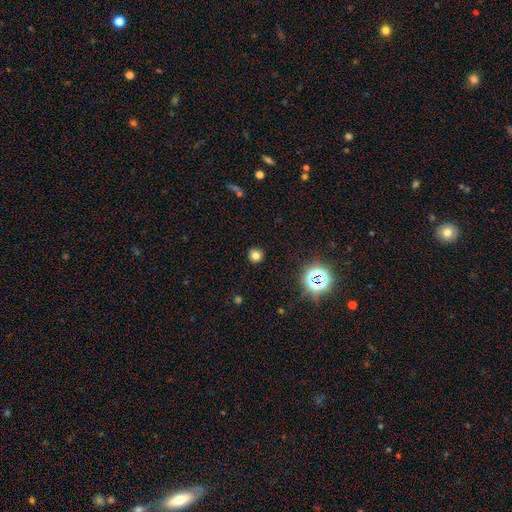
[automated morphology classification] A smooth galaxy with no disk features (74%) that is round (89%).

Vote fractions:
- Smooth or featured? smooth: 74% / star or artifact: 20% / featured or disk: 6%
- How rounded? round: 89% / in between: 10% / cigar-shaped: 1%
- Merging? none: 89% / minor disturbance: 7% / major disturbance: 2% / merger: 1%